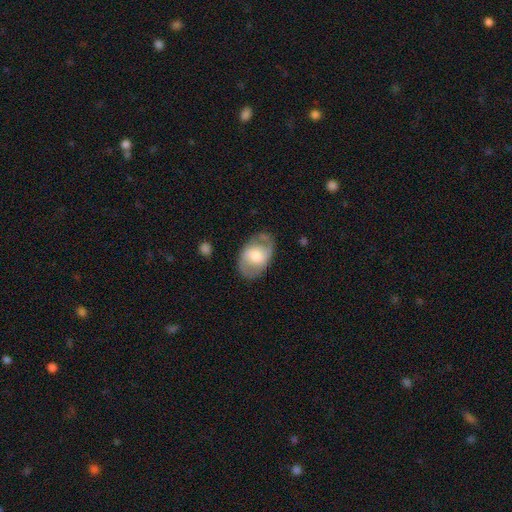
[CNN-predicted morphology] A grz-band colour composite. It shows a featured or disk galaxy (50%). Merging: none (67%).